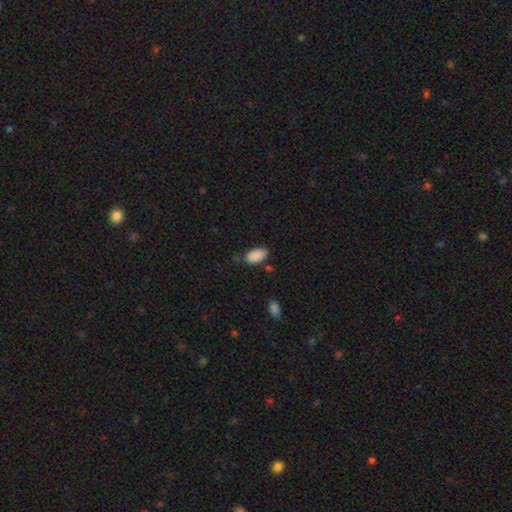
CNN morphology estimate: smooth-or-featured: smooth: 89% | star or artifact: 7% | featured or disk: 3%
  how-rounded: in between: 94% | round: 3% | cigar-shaped: 2%
  merging: none: 73% | minor disturbance: 20% | major disturbance: 4% | merger: 4%